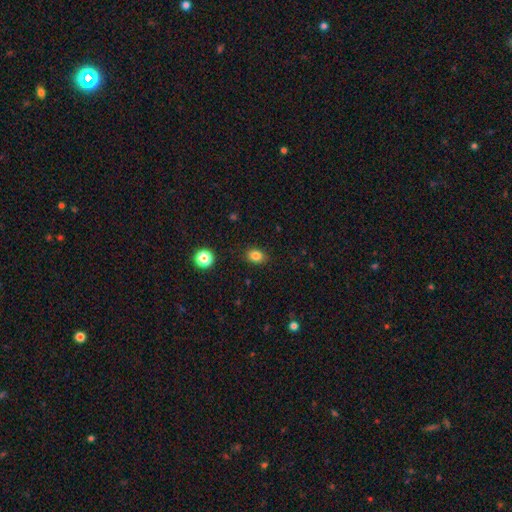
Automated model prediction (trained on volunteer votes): Smooth or featured?
  - smooth: 83% *
  - star or artifact: 11%
  - featured or disk: 5%
How rounded?
  - in between: 63% *
  - round: 36%
  - cigar-shaped: 1%
Merging?
  - none: 86% *
  - minor disturbance: 10%
  - major disturbance: 3%
  - merger: 1%